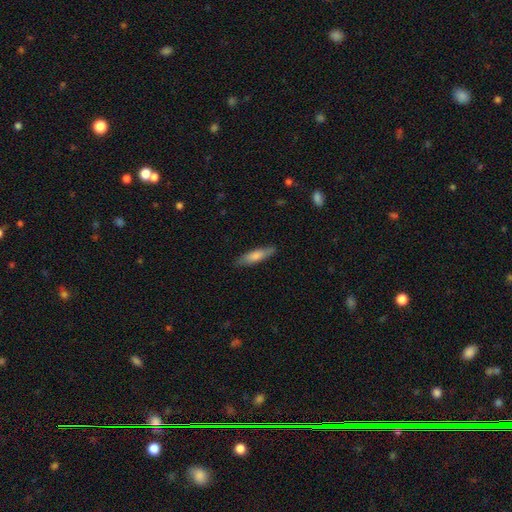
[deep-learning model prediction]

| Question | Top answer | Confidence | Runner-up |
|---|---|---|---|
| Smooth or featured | smooth | 75% | featured or disk (19%) |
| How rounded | cigar-shaped | 71% | in between (27%) |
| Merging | none | 85% | minor disturbance (12%) |